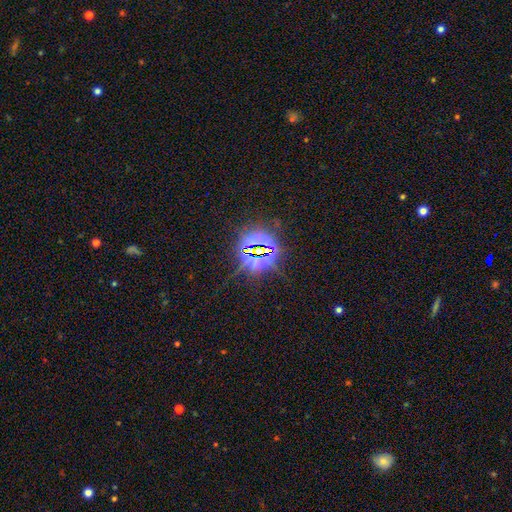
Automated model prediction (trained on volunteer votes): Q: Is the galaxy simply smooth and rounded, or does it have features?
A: star or artifact — 82%.